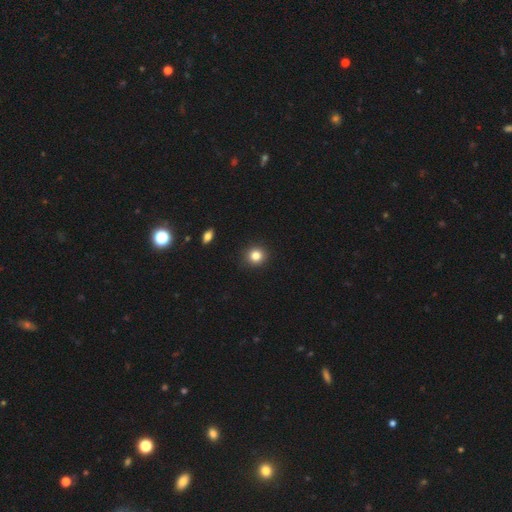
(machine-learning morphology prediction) Smooth or featured? Predicted: smooth (p=0.83). How rounded? Predicted: round (p=0.91). Merging? Predicted: none (p=0.92).